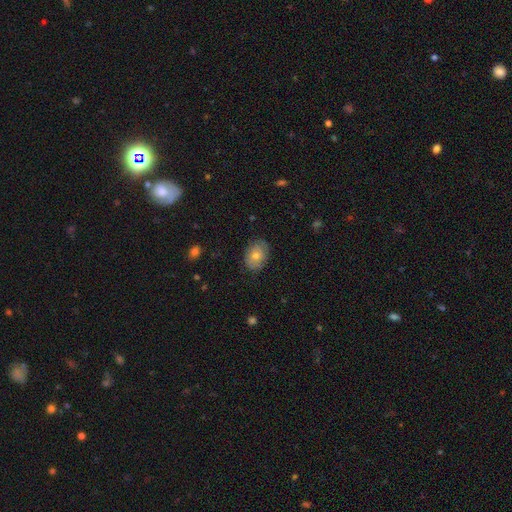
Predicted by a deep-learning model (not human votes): smooth_or_featured: smooth (p=0.58) [alt: featured or disk p=0.32]
how_rounded: in between (p=0.74) [alt: round p=0.25]
merging: none (p=0.81) [alt: minor disturbance p=0.15]